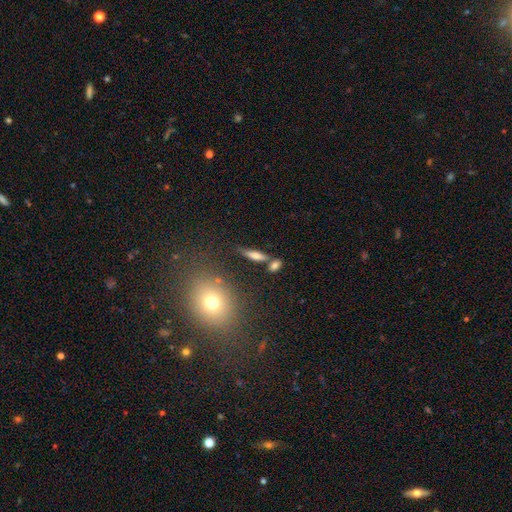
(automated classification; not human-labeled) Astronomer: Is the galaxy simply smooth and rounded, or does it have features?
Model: smooth — 54% (runner-up: featured or disk, 36%).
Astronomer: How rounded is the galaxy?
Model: cigar-shaped — 60%.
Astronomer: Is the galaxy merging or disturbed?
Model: none — 64%.